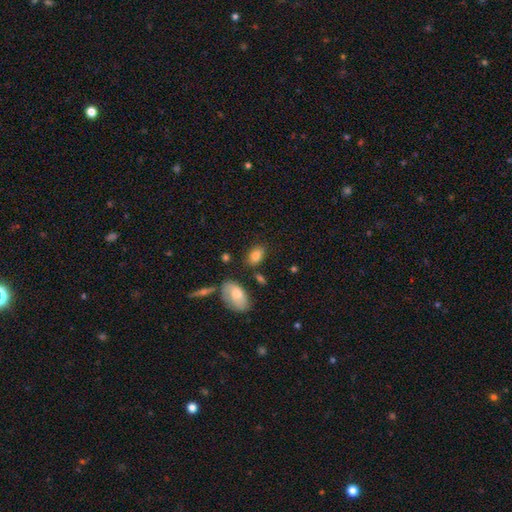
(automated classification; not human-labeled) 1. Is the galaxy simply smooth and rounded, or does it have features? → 80% smooth, 11% featured or disk, 9% star or artifact.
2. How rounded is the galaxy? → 87% in between, 11% round, 3% cigar-shaped.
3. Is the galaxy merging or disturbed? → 76% none, 14% minor disturbance, 6% merger, 4% major disturbance.